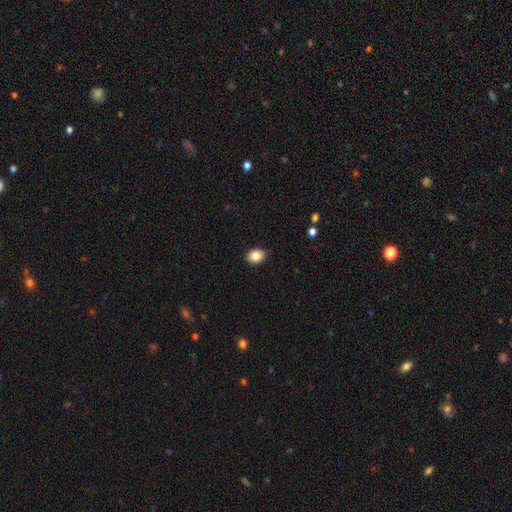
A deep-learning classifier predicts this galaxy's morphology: The model was most divided on "how rounded": in between: 73%, round: 26%, cigar-shaped: 1%. More confident: merging — none (88%); smooth or featured — smooth (84%).